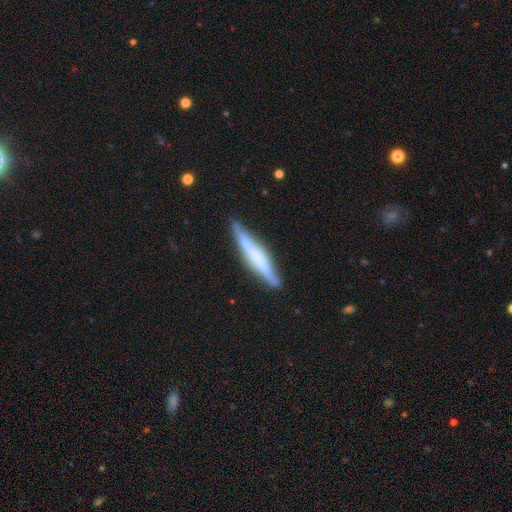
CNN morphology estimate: Overall: featured or disk (60%; smooth 34%). Edge-on disk: yes (93%). Edge-on bulge: boxy (37%; none 36%). Merging: none (81%).